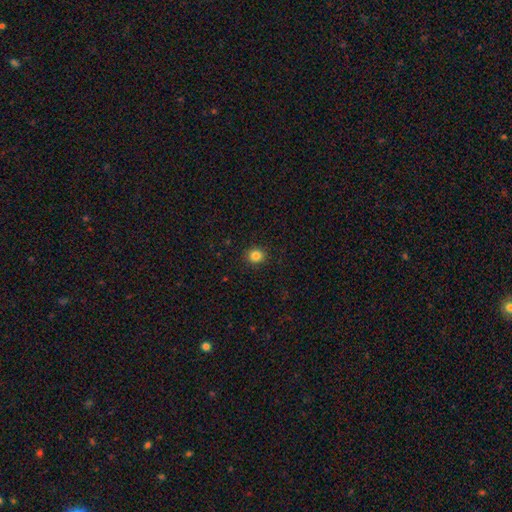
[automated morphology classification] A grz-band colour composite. It shows a smooth galaxy with no disk features (84%) that is round (84%). Merging: none (92%).